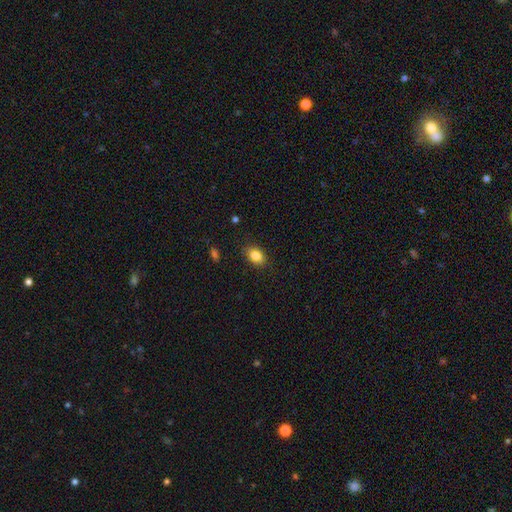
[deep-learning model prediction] Overall: smooth (84%). How rounded: in between (75%). Merging: none (85%).